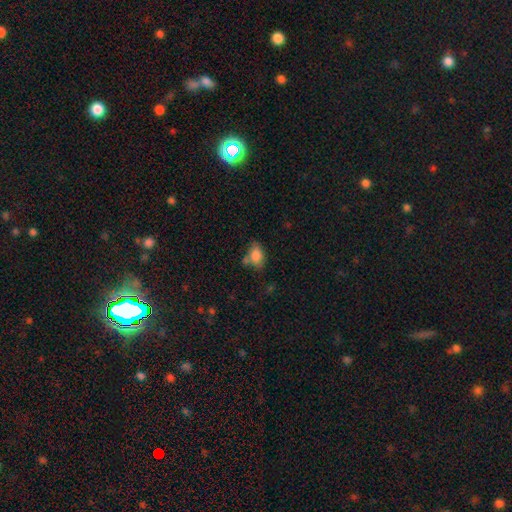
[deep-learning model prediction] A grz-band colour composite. It shows a smooth galaxy with no disk features (81%) that is in between round and cigar-shaped (82%). Merging: none (52%).